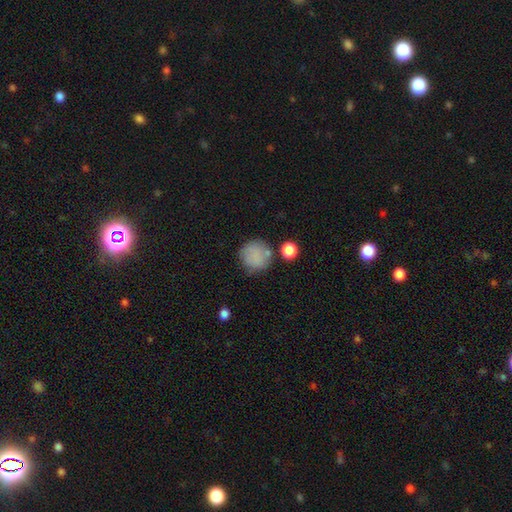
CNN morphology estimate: Smooth or featured? smooth (81%)
How rounded? round (91%)
Merging? none (69%)